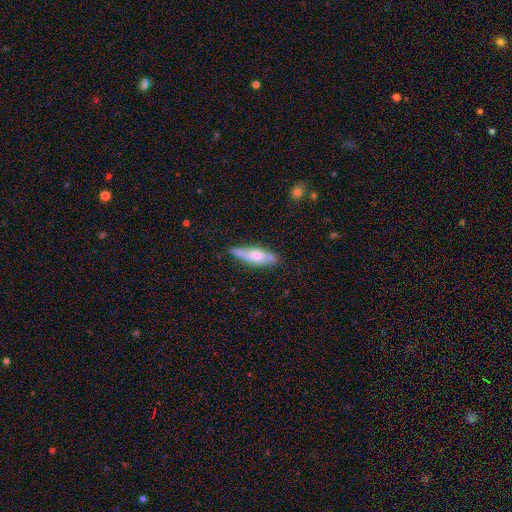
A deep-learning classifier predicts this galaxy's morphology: Smooth or featured?
  - smooth: 55% *
  - featured or disk: 39%
  - star or artifact: 6%
How rounded?
  - cigar-shaped: 64% *
  - in between: 33%
  - round: 2%
Merging?
  - none: 74% *
  - minor disturbance: 19%
  - major disturbance: 4%
  - merger: 3%